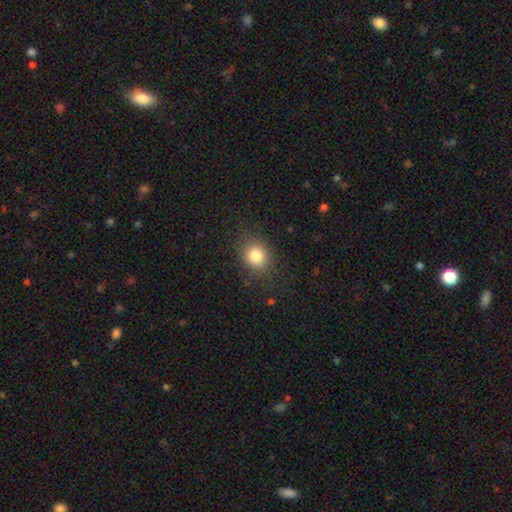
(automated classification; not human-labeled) This is clearly a smooth galaxy (82%). How rounded: likely round (64%). Merging: clearly none (82%).